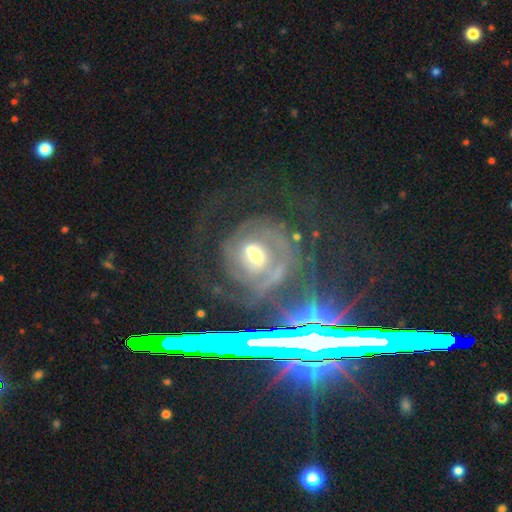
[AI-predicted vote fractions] Smooth or featured?
  - featured or disk: 69% *
  - star or artifact: 16%
  - smooth: 14%
Edge-on disk?
  - no: 96% *
  - yes: 4%
Bar?
  - no: 46% *
  - weak: 36%
  - strong: 18%
Spiral arms?
  - yes: 84% *
  - no: 16%
Spiral winding?
  - tight: 55% *
  - medium: 34%
  - loose: 11%
Spiral arm count?
  - 2: 43% *
  - can't tell: 28%
  - 3: 11%
  - 1: 8%
  - 4: 5%
  - more than 4: 5%
Bulge size?
  - moderate: 61% *
  - small: 25%
  - large: 10%
  - none: 2%
  - dominant: 2%
Merging?
  - none: 56% *
  - major disturbance: 20%
  - minor disturbance: 17%
  - merger: 7%